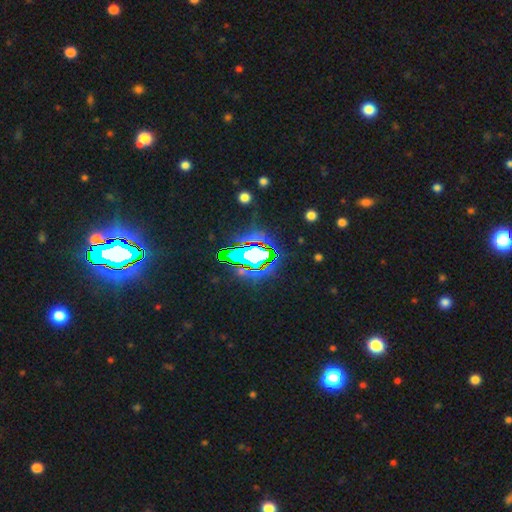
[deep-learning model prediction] A star or artifact, not a galaxy (69%).